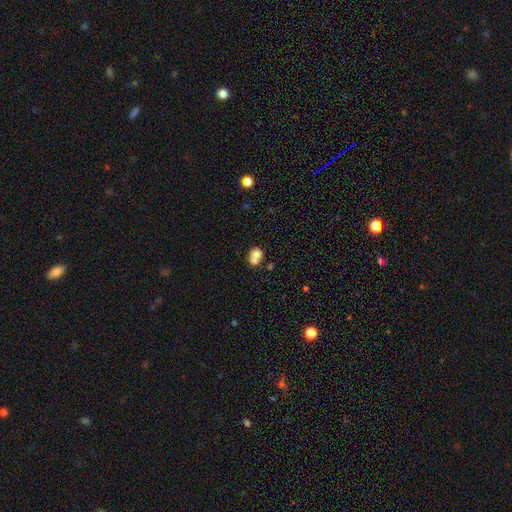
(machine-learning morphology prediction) smooth-or-featured: smooth: 71% | featured or disk: 18% | star or artifact: 11%
  how-rounded: round: 67% | in between: 32% | cigar-shaped: 1%
  merging: merger: 60% | none: 29% | minor disturbance: 7% | major disturbance: 4%